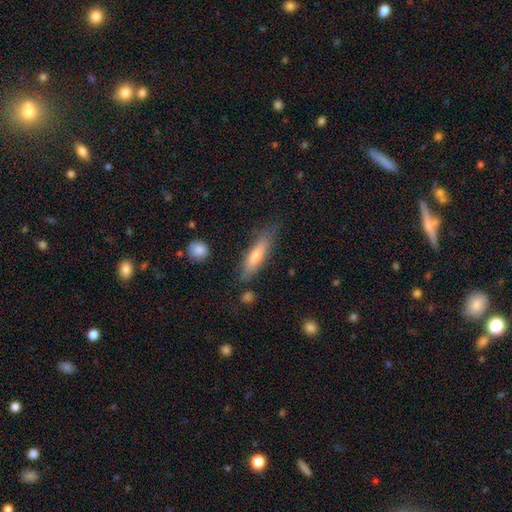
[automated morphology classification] Smooth or featured?
  - smooth: 57% *
  - featured or disk: 36%
  - star or artifact: 7%
How rounded?
  - cigar-shaped: 75% *
  - in between: 23%
  - round: 2%
Merging?
  - none: 77% *
  - minor disturbance: 17%
  - major disturbance: 4%
  - merger: 3%